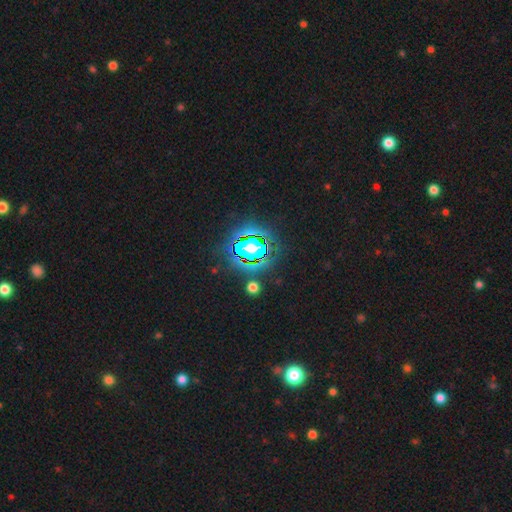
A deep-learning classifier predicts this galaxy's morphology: Smooth or featured? Predicted: star or artifact (p=0.64).